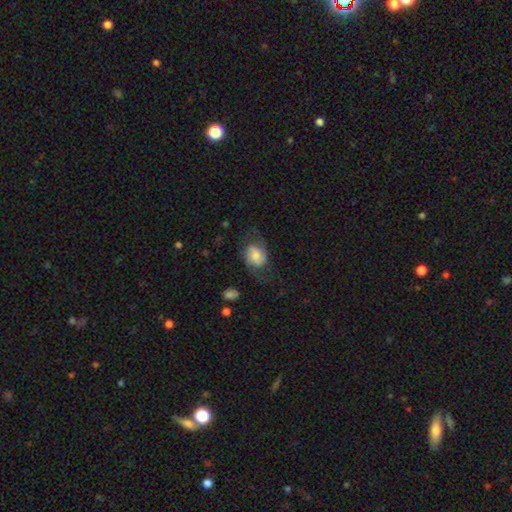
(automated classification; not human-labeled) smooth 49%, featured or disk 43%, star or artifact 8%. Down the decision tree: merging — none (54%).